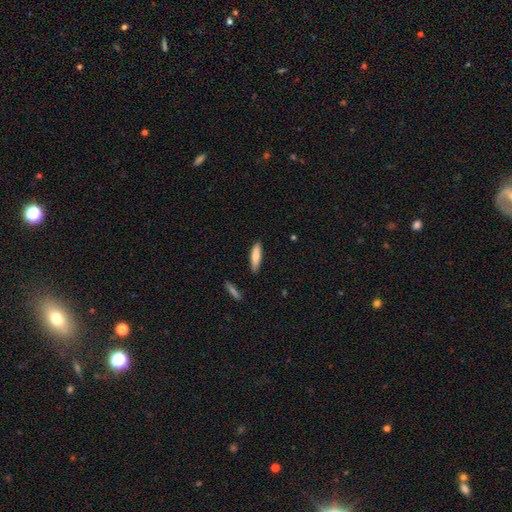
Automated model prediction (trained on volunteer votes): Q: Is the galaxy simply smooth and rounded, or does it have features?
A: smooth — 79%.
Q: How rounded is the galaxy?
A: cigar-shaped — 70%.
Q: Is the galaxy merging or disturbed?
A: none — 87%.